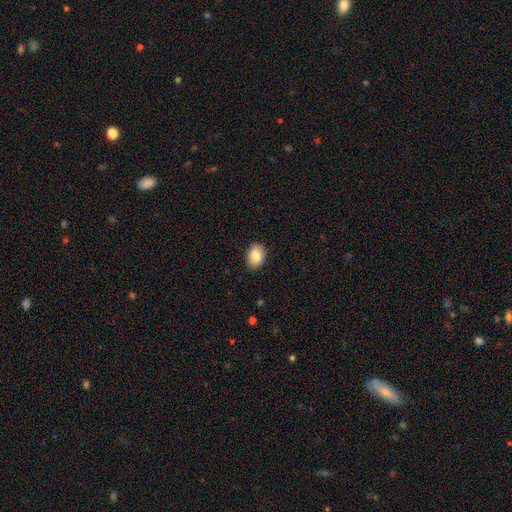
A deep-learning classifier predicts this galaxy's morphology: smooth-or-featured: smooth: 86% | star or artifact: 7% | featured or disk: 6%
  how-rounded: in between: 82% | round: 17% | cigar-shaped: 1%
  merging: none: 89% | minor disturbance: 8% | major disturbance: 2% | merger: 1%